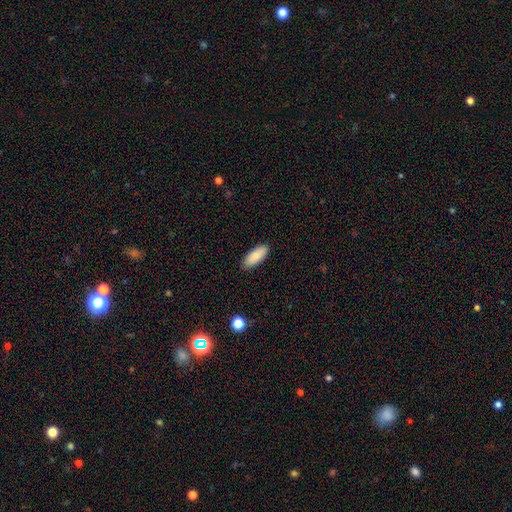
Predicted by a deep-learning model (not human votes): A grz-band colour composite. It shows a smooth galaxy with no disk features (86%) that is in between round and cigar-shaped (82%). Merging: none (88%).